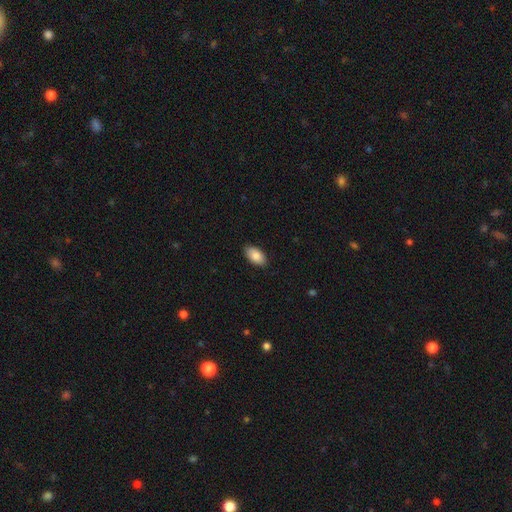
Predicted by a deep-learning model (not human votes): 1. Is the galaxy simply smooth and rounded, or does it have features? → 87% smooth, 7% featured or disk, 6% star or artifact.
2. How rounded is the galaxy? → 95% in between, 3% round, 2% cigar-shaped.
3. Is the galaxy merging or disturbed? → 88% none, 9% minor disturbance, 2% major disturbance, 1% merger.